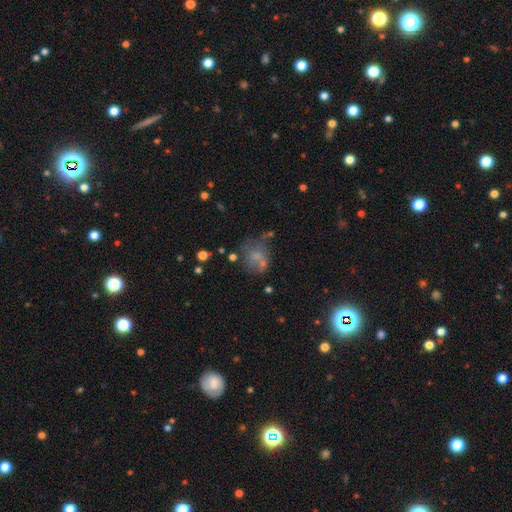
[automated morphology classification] Smooth or featured: smooth — 51% (featured or disk — 33%)
How rounded: round — 51% (in between — 47%)
Merging: none — 34% (major disturbance — 25%)